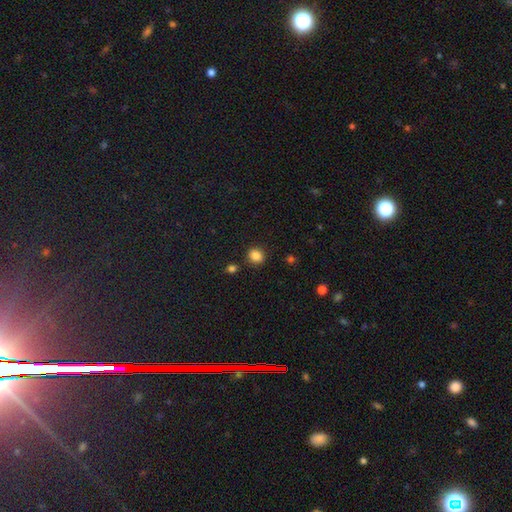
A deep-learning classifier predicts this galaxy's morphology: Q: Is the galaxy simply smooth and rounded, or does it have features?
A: smooth — 85%.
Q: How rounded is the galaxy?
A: round — 70%.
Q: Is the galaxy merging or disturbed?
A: none — 84%.